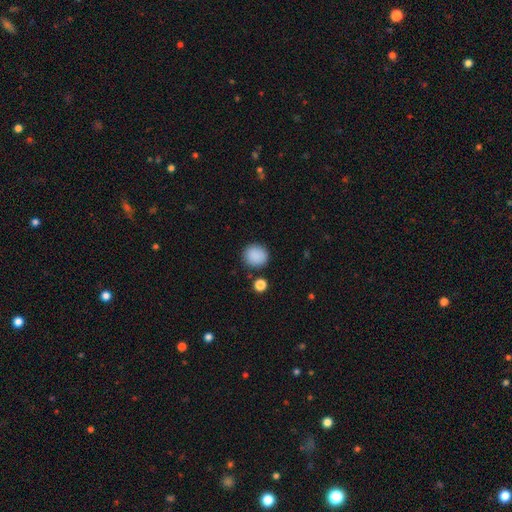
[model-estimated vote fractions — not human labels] Smooth or featured? Predicted: smooth (p=0.88). How rounded? Predicted: round (p=0.89). Merging? Predicted: none (p=0.86).